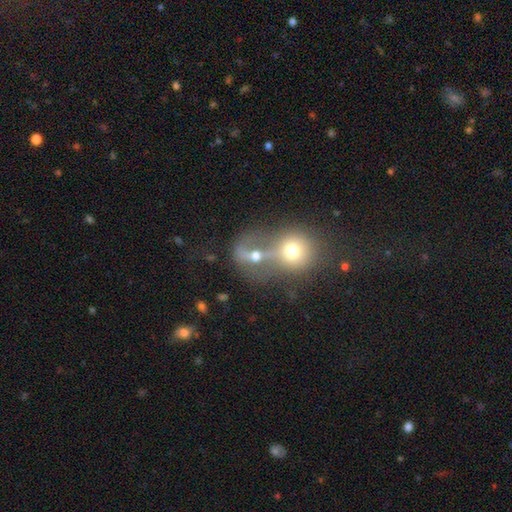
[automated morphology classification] Q: Smooth or featured?
A: smooth (48%); runner-up: featured or disk (37%)
Q: Merging?
A: merger (71%); runner-up: none (15%)